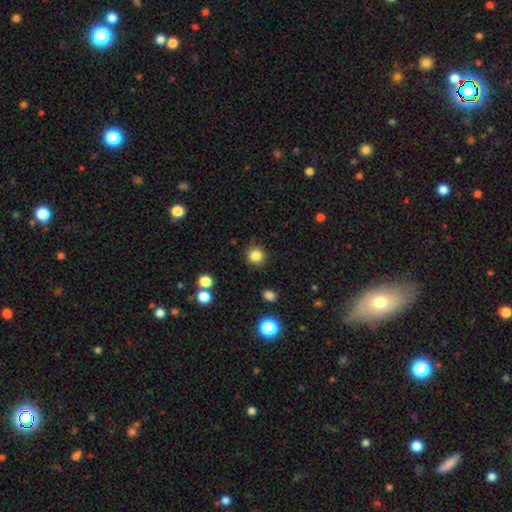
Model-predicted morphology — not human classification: smooth_or_featured: smooth (p=0.84) [alt: star or artifact p=0.12]
how_rounded: round (p=0.90) [alt: in between p=0.09]
merging: none (p=0.88) [alt: minor disturbance p=0.08]